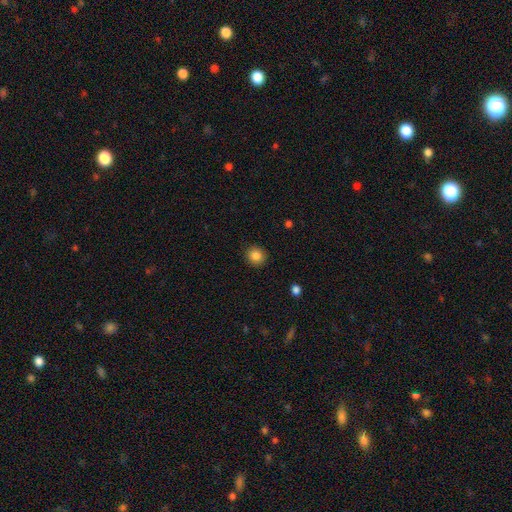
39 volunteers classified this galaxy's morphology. A smooth galaxy with no disk features (92%) that is round (94%).

Vote fractions:
- Smooth or featured? smooth: 92% / featured or disk: 5% / star or artifact: 3%
- How rounded? round: 94% / in between: 6% / cigar-shaped: 0%
- Merging? none: 87% / minor disturbance: 8% / major disturbance: 3% / merger: 3%